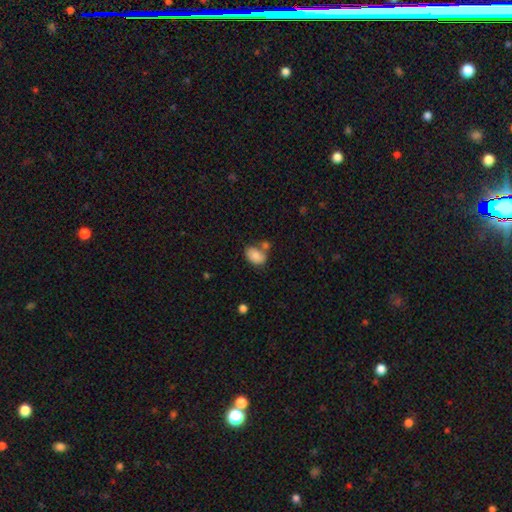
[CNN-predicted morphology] Q: Smooth or featured?
A: smooth (83%); runner-up: featured or disk (9%)
Q: How rounded?
A: in between (85%); runner-up: round (14%)
Q: Merging?
A: none (47%); runner-up: merger (28%)